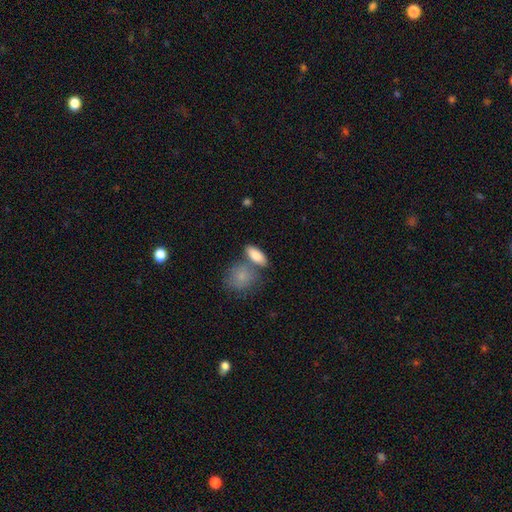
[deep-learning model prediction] Smooth or featured? smooth (85%)
How rounded? in between (80%)
Merging? none (57%)